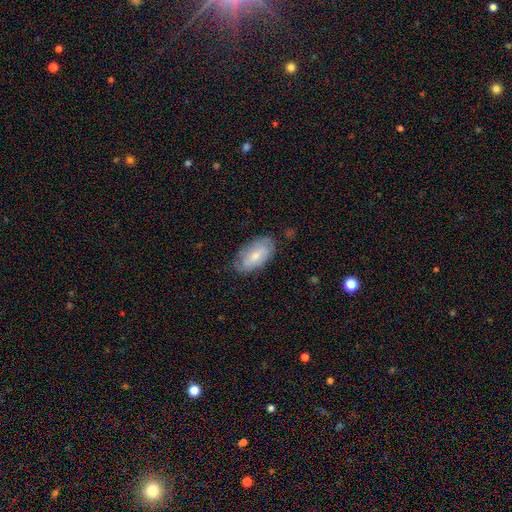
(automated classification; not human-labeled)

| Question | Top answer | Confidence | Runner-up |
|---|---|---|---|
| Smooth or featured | smooth | 60% | featured or disk (34%) |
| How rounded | in between | 93% | cigar-shaped (4%) |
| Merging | none | 74% | minor disturbance (21%) |